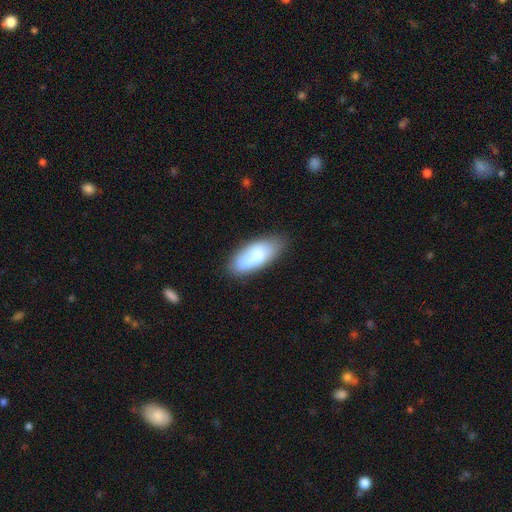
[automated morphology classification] Smooth or featured?
  - smooth: 74% *
  - featured or disk: 19%
  - star or artifact: 7%
How rounded?
  - in between: 83% *
  - cigar-shaped: 15%
  - round: 2%
Merging?
  - none: 74% *
  - minor disturbance: 19%
  - major disturbance: 4%
  - merger: 2%